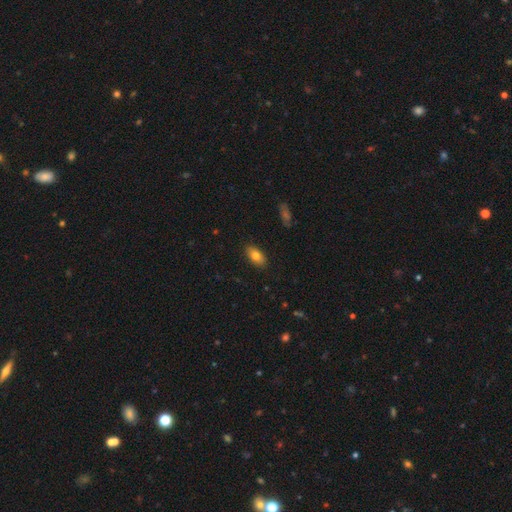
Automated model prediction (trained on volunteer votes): This appears to be a smooth galaxy with no disk features (80%) that is in between round and cigar-shaped (91%). Merging: none (88%).